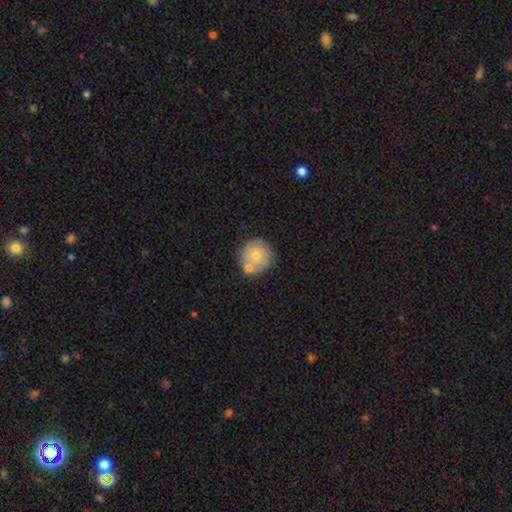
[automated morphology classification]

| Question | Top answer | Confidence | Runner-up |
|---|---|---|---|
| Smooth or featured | smooth | 61% | featured or disk (32%) |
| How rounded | round | 89% | in between (10%) |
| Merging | none | 52% | merger (30%) |